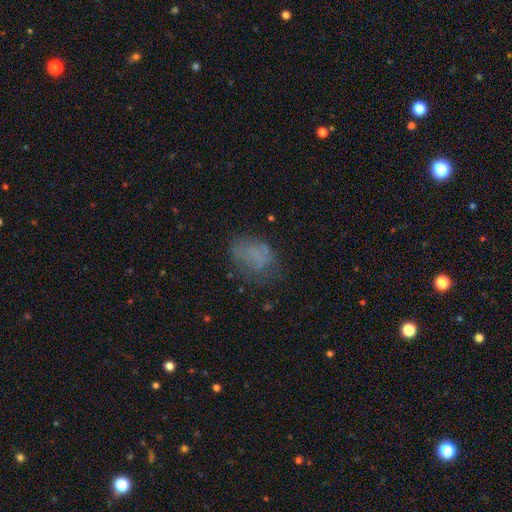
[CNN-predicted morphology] Overall: smooth (60%; featured or disk 24%). How rounded: in between (74%). Merging: none (56%; minor disturbance 24%).